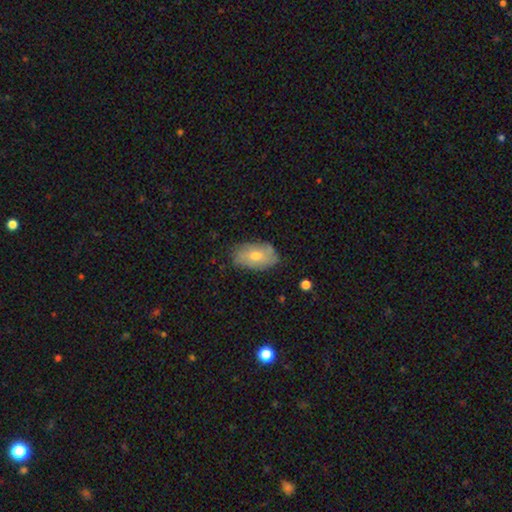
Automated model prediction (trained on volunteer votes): Smooth or featured? Predicted: smooth (p=0.58). How rounded? Predicted: in between (p=0.92). Merging? Predicted: none (p=0.71).